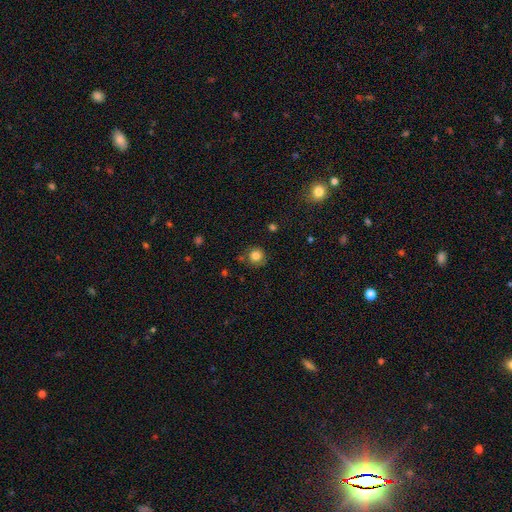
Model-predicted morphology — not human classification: Smooth or featured?
  - smooth: 82% *
  - star or artifact: 12%
  - featured or disk: 6%
How rounded?
  - round: 92% *
  - in between: 7%
  - cigar-shaped: 1%
Merging?
  - none: 80% *
  - minor disturbance: 13%
  - merger: 4%
  - major disturbance: 3%